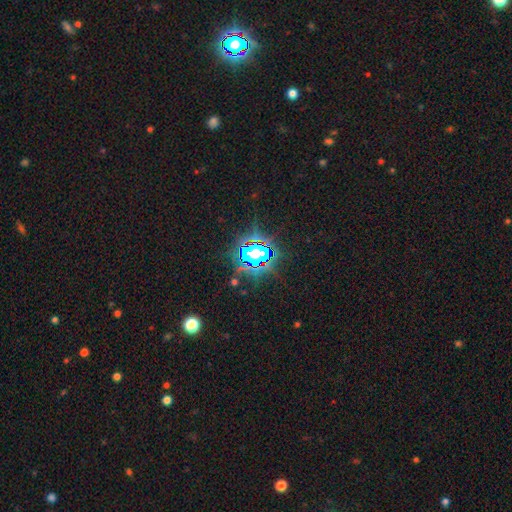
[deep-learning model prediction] This is likely a star or artifact rather than a galaxy (77%).